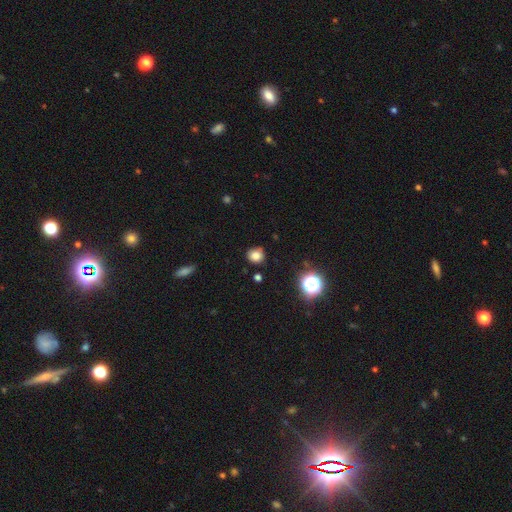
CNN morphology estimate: smooth_or_featured: smooth (p=0.81) [alt: star or artifact p=0.14]
how_rounded: round (p=0.83) [alt: in between p=0.16]
merging: none (p=0.83) [alt: minor disturbance p=0.12]